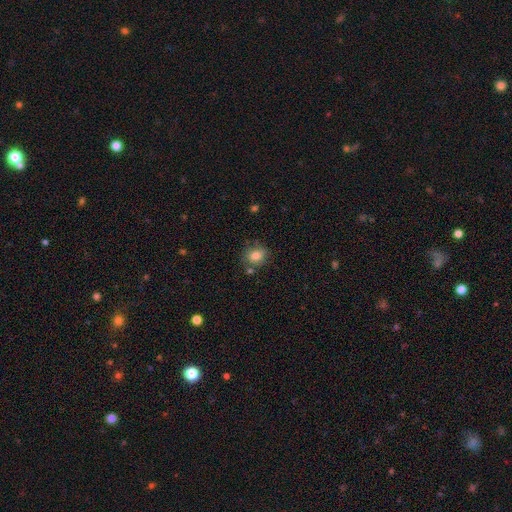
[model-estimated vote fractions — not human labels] Q: Smooth or featured?
A: smooth (78%); runner-up: featured or disk (11%)
Q: How rounded?
A: round (59%); runner-up: in between (40%)
Q: Merging?
A: none (71%); runner-up: minor disturbance (17%)